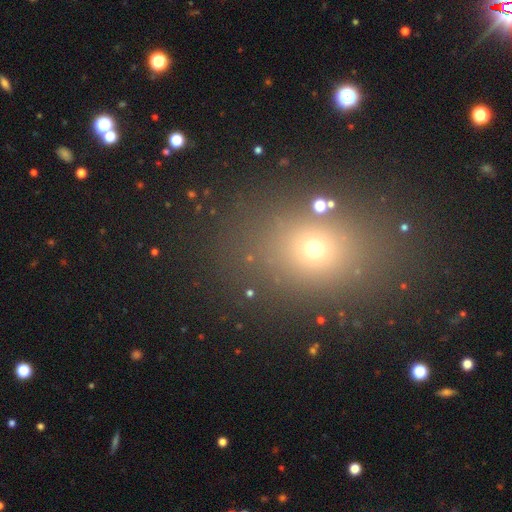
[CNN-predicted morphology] Smooth or featured?
  - smooth: 58% *
  - star or artifact: 32%
  - featured or disk: 11%
How rounded?
  - in between: 50% *
  - round: 49%
  - cigar-shaped: 2%
Merging?
  - none: 85% *
  - minor disturbance: 8%
  - major disturbance: 4%
  - merger: 3%